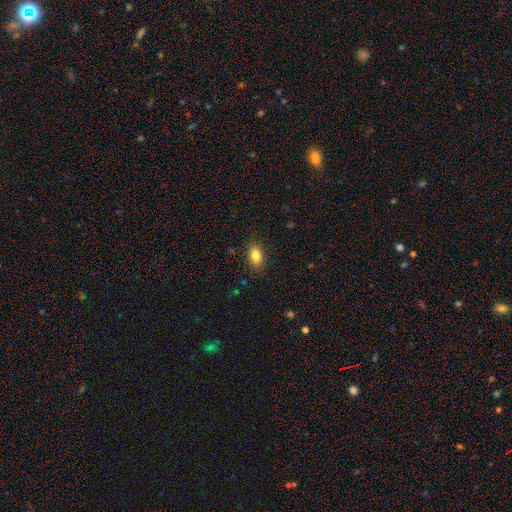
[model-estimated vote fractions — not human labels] This appears to be a smooth galaxy with no disk features (83%) that is in between round and cigar-shaped (85%). Merging: none (85%).